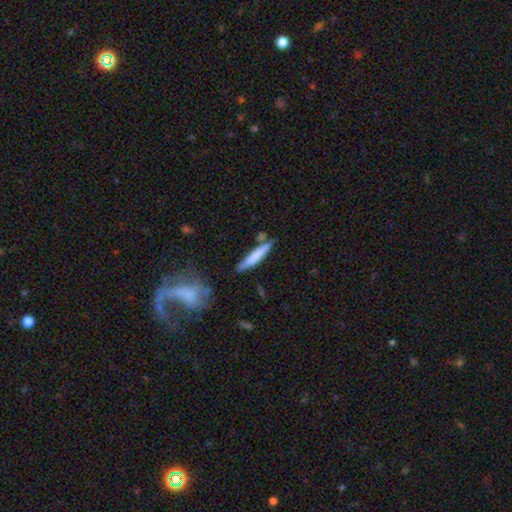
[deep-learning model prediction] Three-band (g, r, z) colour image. It shows a smooth galaxy with no disk features (72%) that is cigar-shaped (91%). Merging: none (74%).